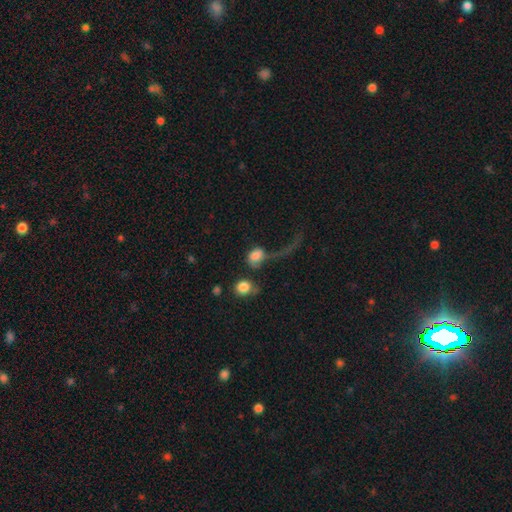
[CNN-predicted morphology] smooth_or_featured: smooth (p=0.65) [alt: featured or disk p=0.24]
how_rounded: in between (p=0.54) [alt: round p=0.44]
merging: major disturbance (p=0.48) [alt: merger p=0.25]